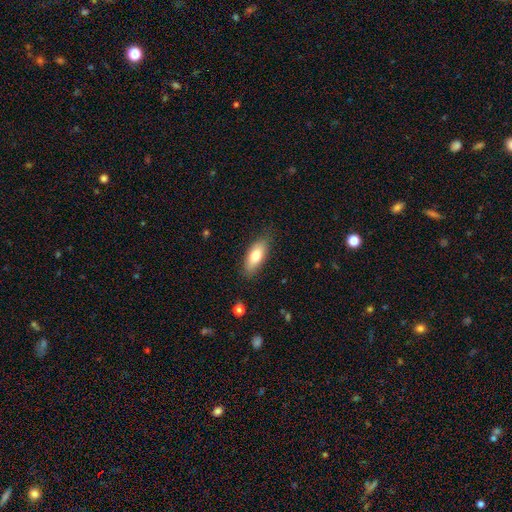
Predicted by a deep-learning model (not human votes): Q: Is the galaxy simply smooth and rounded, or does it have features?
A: smooth — 75%.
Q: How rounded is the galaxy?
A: in between — 77%.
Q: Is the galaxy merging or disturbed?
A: none — 81%.